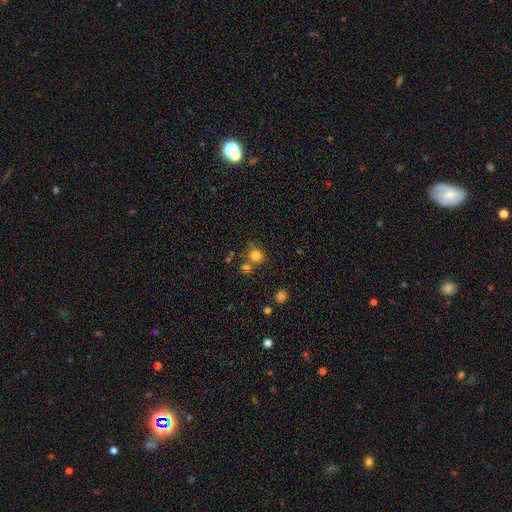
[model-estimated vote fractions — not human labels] smooth 79%, star or artifact 14%, featured or disk 7%. Down the decision tree: how rounded — round (87%); merging — none (64%).